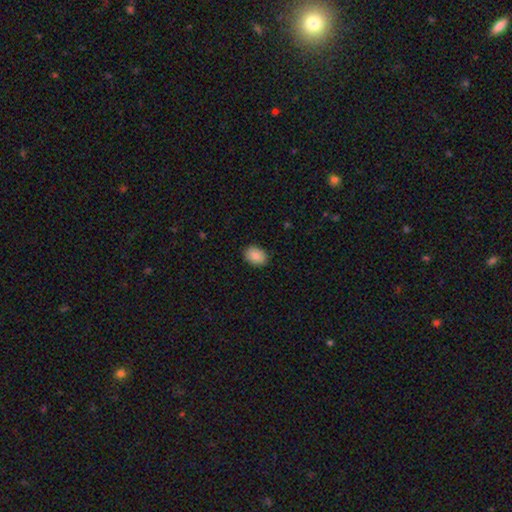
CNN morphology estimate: A smooth galaxy with no disk features (88%) that is in between round and cigar-shaped (75%). Merging: none (88%).